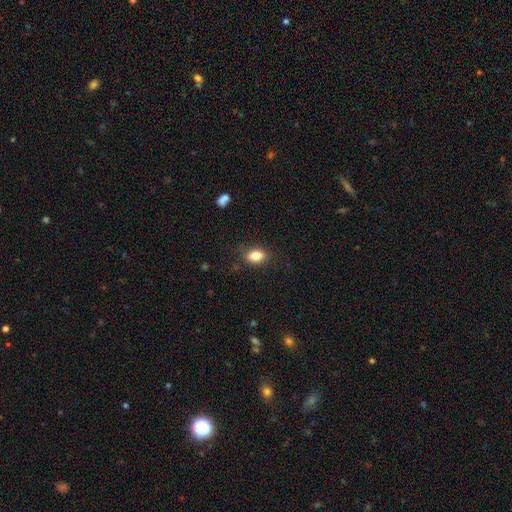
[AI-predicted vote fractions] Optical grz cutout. It shows a smooth galaxy with no disk features (84%) that is in between round and cigar-shaped (85%). Merging: none (83%).